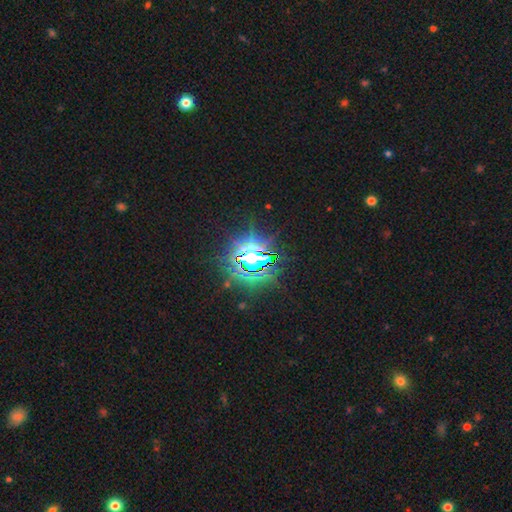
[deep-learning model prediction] Smooth or featured: star or artifact — 78% (featured or disk — 11%)